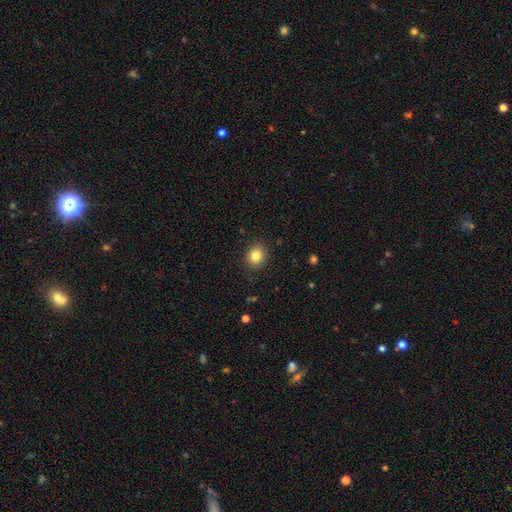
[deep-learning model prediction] Smooth or featured?
  - smooth: 83% *
  - star or artifact: 10%
  - featured or disk: 6%
How rounded?
  - round: 75% *
  - in between: 25%
  - cigar-shaped: 1%
Merging?
  - none: 90% *
  - minor disturbance: 7%
  - major disturbance: 2%
  - merger: 1%